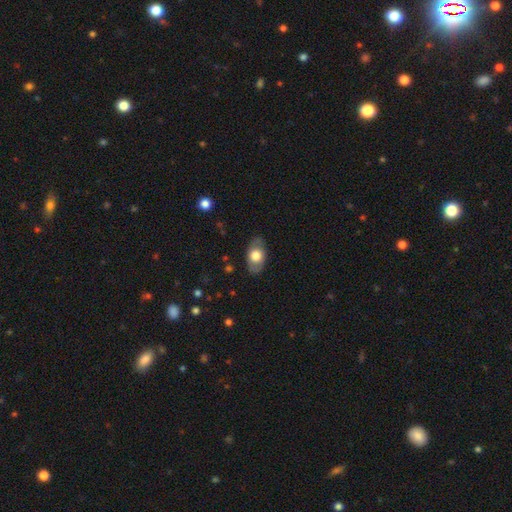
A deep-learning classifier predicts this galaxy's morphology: type=smooth (62%); roundness=in between (88%); merging=none (80%).